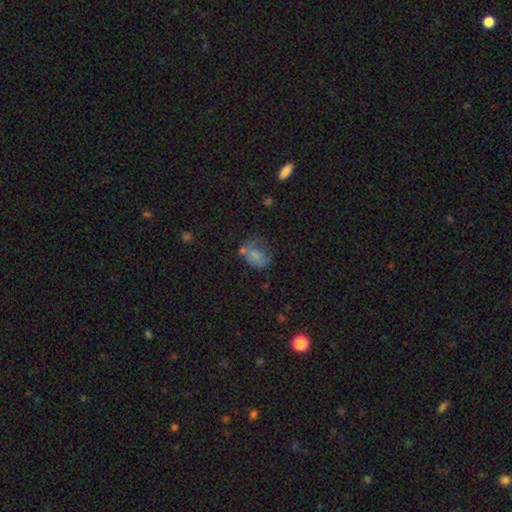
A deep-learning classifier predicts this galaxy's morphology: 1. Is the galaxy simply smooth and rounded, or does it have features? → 66% smooth, 22% featured or disk, 12% star or artifact.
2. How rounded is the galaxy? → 72% in between, 26% round, 1% cigar-shaped.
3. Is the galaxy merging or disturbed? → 33% none, 29% minor disturbance, 27% major disturbance, 11% merger.